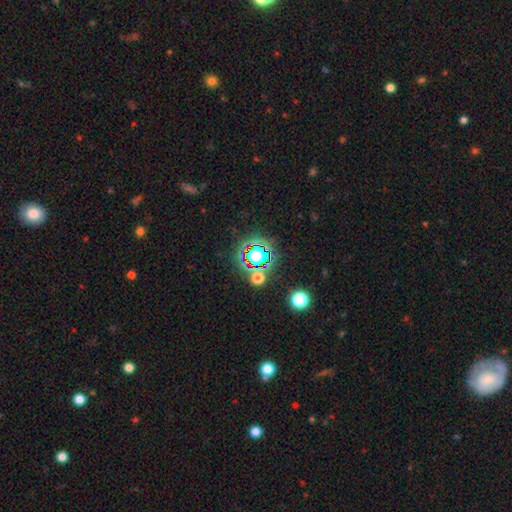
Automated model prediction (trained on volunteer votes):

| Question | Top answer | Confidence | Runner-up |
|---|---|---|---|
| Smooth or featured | star or artifact | 56% | smooth (31%) |